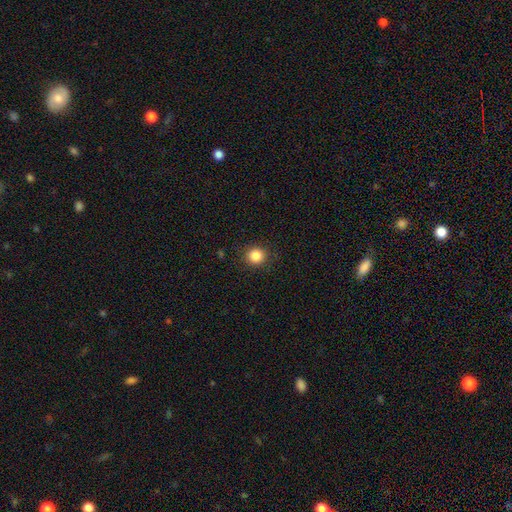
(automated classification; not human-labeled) Smooth or featured: smooth — 86% (star or artifact — 11%)
How rounded: round — 90% (in between — 9%)
Merging: none — 90% (minor disturbance — 7%)